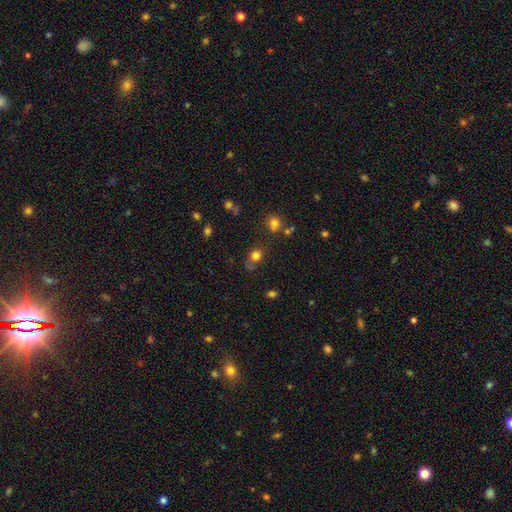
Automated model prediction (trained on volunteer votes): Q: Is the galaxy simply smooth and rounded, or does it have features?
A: smooth — 78%.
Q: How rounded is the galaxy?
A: round — 67%.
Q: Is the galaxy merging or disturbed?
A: none — 58%.